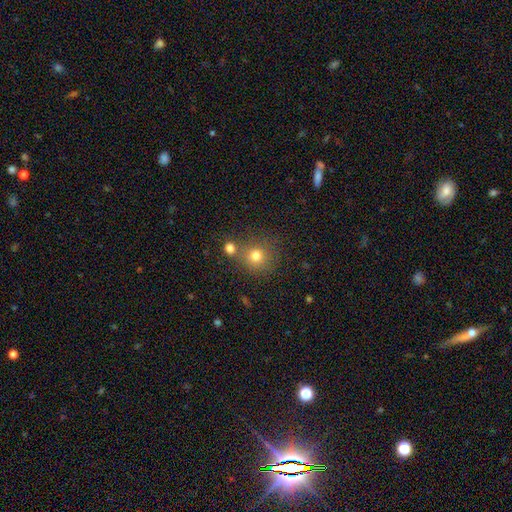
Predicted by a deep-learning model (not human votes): A smooth galaxy with no disk features (76%) that is round (89%). Merging: none (65%).